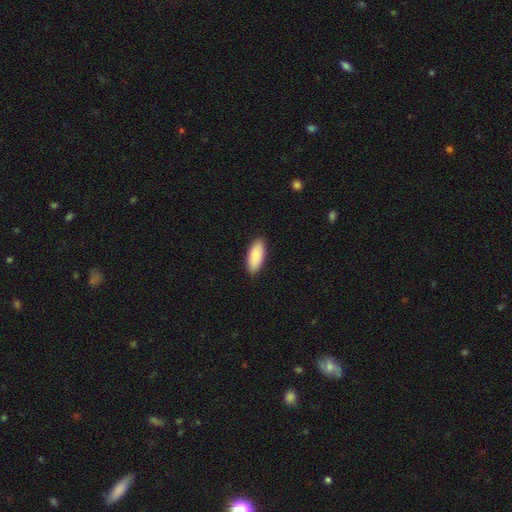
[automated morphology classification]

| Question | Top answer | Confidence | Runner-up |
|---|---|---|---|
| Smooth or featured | smooth | 90% | star or artifact (5%) |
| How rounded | in between | 85% | cigar-shaped (14%) |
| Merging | none | 90% | minor disturbance (8%) |